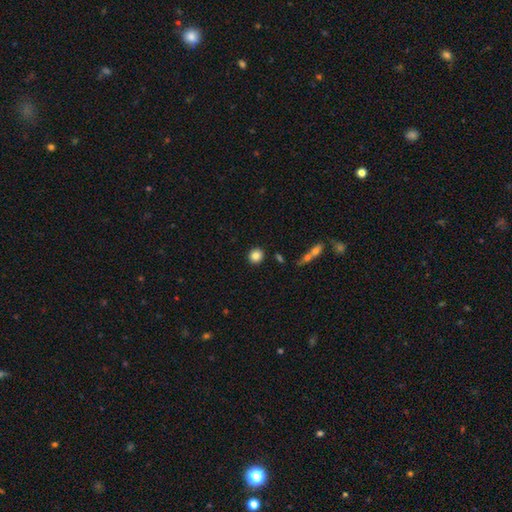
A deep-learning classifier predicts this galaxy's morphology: smooth 83%, star or artifact 9%, featured or disk 7%. Down the decision tree: how rounded — round (87%); merging — none (88%).